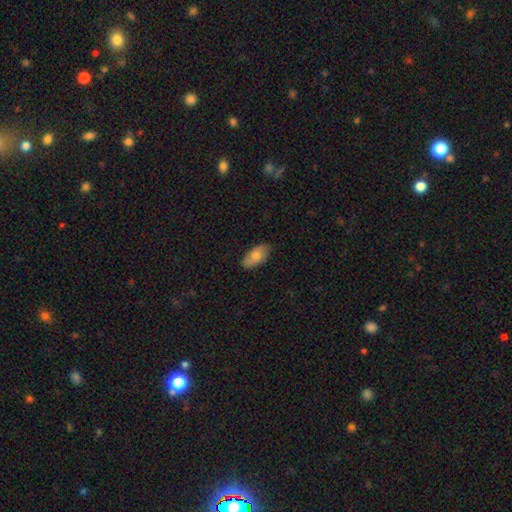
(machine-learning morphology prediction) Q: Smooth or featured?
A: smooth (79%); runner-up: featured or disk (15%)
Q: How rounded?
A: in between (93%); runner-up: cigar-shaped (5%)
Q: Merging?
A: none (83%); runner-up: minor disturbance (14%)